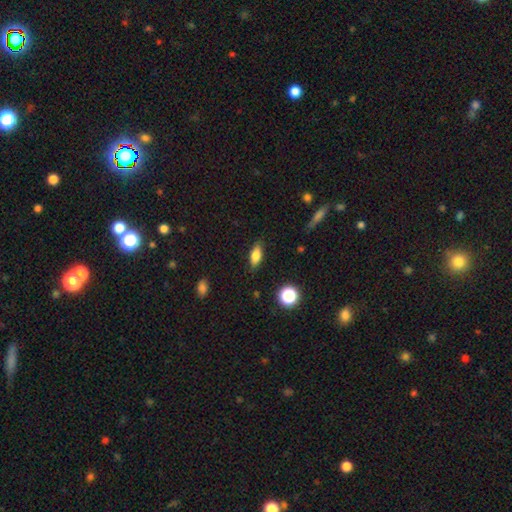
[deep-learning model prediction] A smooth galaxy with no disk features (79%) that is in between round and cigar-shaped (76%). Merging: none (85%).